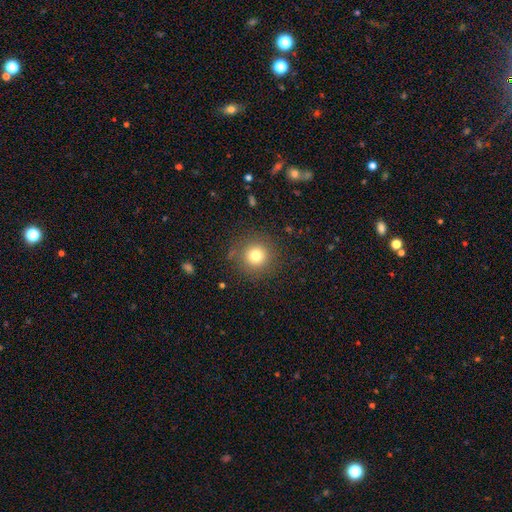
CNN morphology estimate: smooth-or-featured: smooth: 78% | star or artifact: 13% | featured or disk: 9%
  how-rounded: round: 95% | in between: 4% | cigar-shaped: 1%
  merging: none: 87% | minor disturbance: 8% | major disturbance: 4% | merger: 1%